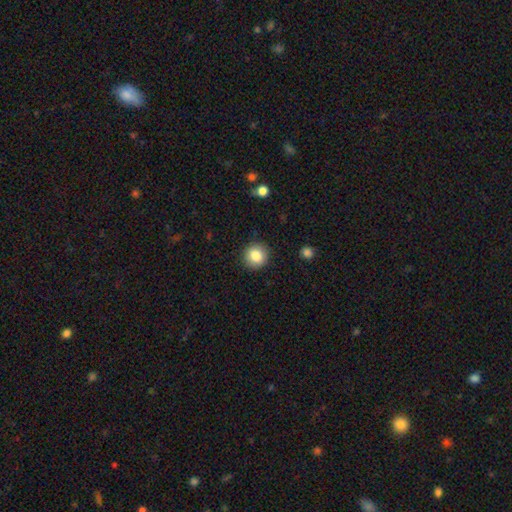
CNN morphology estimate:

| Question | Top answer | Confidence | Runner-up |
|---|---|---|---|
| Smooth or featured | smooth | 85% | star or artifact (9%) |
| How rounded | round | 92% | in between (7%) |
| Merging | none | 90% | minor disturbance (6%) |